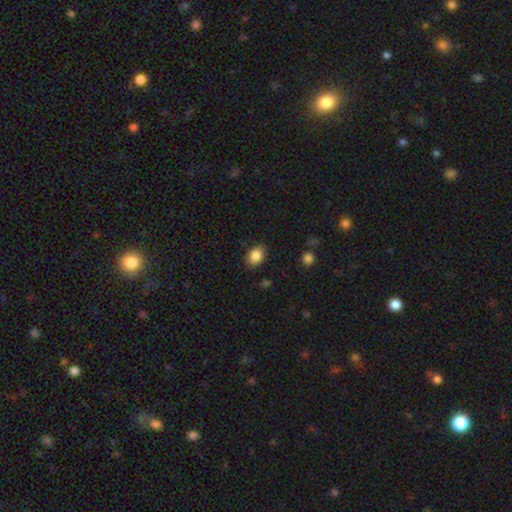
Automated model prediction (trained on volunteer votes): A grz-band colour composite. It shows a smooth galaxy with no disk features (87%) that is in between round and cigar-shaped (71%). Merging: none (83%).